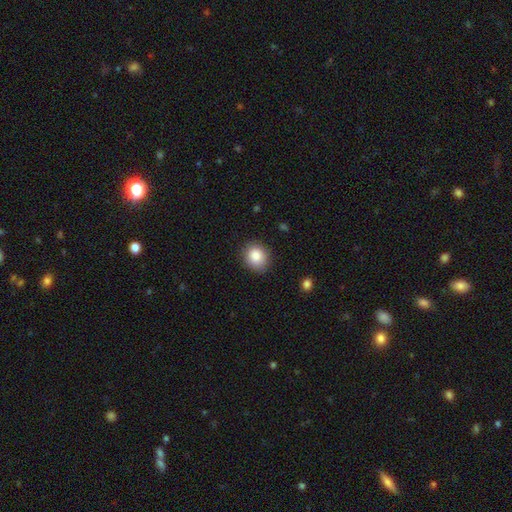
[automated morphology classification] Smooth or featured? smooth (86%)
How rounded? round (69%)
Merging? none (85%)